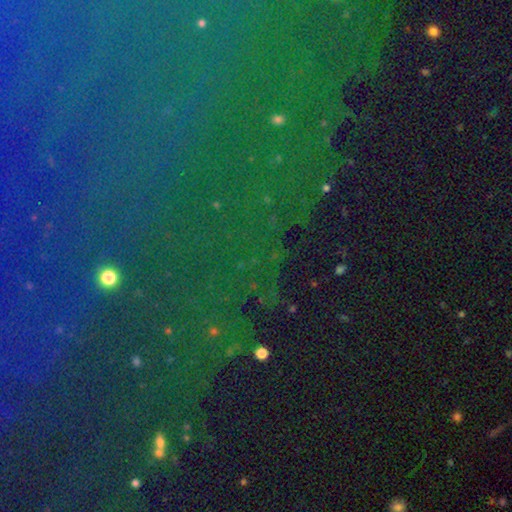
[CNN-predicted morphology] A star or artifact, not a galaxy (84%).

Vote fractions:
- Smooth or featured? star or artifact: 84% / smooth: 8% / featured or disk: 8%